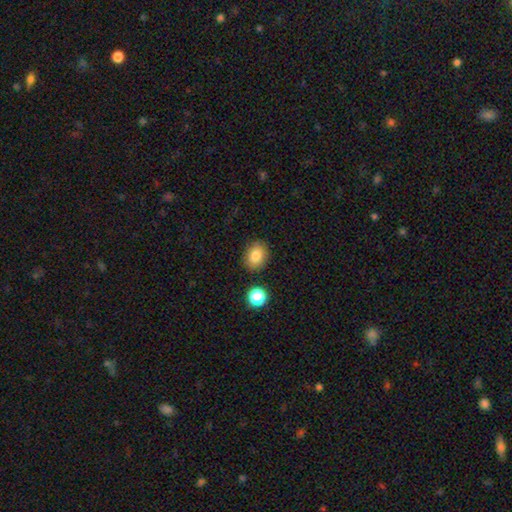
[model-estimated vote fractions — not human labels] Morphology: type=smooth (82%); roundness=in between (58%); merging=none (84%).